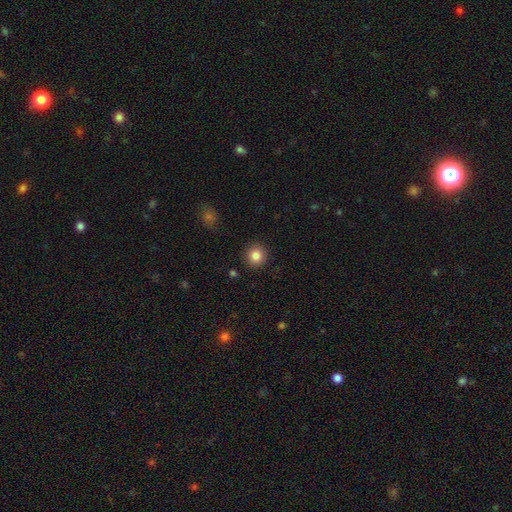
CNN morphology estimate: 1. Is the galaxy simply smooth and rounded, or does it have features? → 85% smooth, 10% star or artifact, 5% featured or disk.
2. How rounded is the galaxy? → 93% round, 6% in between, 1% cigar-shaped.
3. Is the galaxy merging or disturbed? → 91% none, 6% minor disturbance, 2% major disturbance, 1% merger.